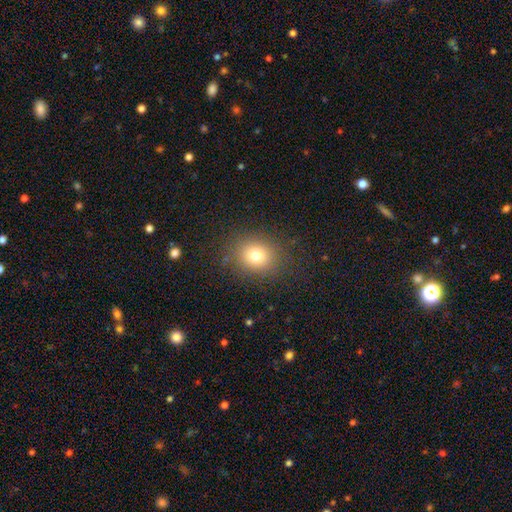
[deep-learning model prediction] Smooth or featured? Predicted: smooth (p=0.76). How rounded? Predicted: round (p=0.65). Merging? Predicted: none (p=0.84).